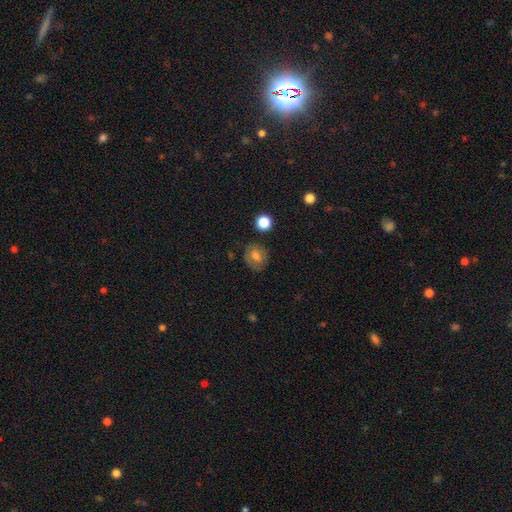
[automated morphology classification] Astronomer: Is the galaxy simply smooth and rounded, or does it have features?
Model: smooth — 64%.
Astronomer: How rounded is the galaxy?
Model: round — 69%.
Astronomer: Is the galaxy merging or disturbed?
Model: none — 73%.